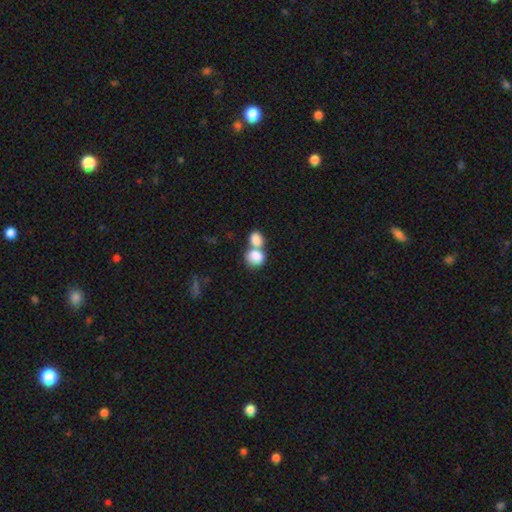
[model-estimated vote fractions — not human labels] A smooth galaxy with no disk features (83%) that is round (53%).

Vote fractions:
- Smooth or featured? smooth: 83% / featured or disk: 10% / star or artifact: 7%
- How rounded? round: 53% / in between: 46% / cigar-shaped: 1%
- Merging? merger: 66% / none: 24% / minor disturbance: 6% / major disturbance: 3%